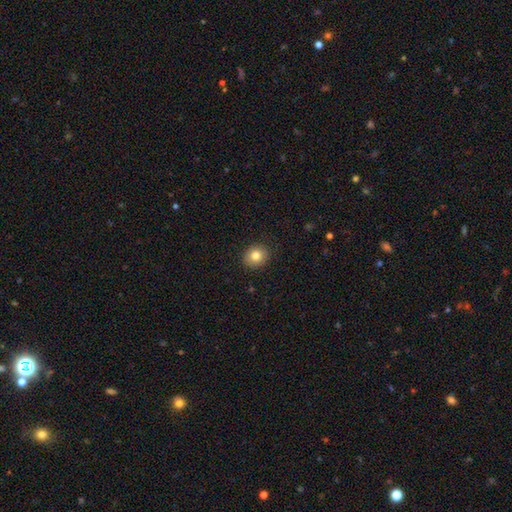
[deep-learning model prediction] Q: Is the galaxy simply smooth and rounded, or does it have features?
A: smooth — 81%.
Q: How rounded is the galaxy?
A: round — 78%.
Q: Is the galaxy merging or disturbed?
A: none — 89%.